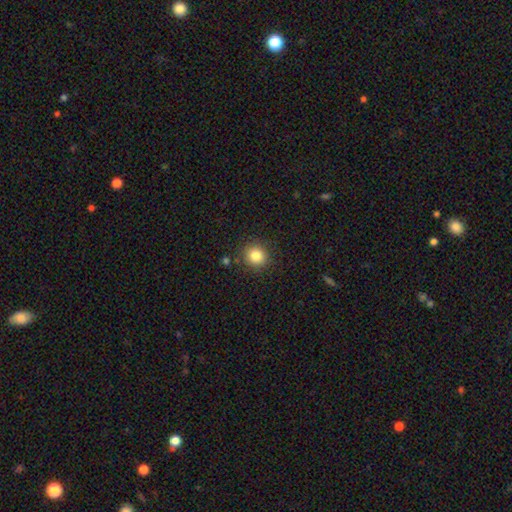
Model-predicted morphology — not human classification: smooth_or_featured: smooth (p=0.83) [alt: star or artifact p=0.11]
how_rounded: round (p=0.88) [alt: in between p=0.11]
merging: none (p=0.86) [alt: minor disturbance p=0.08]